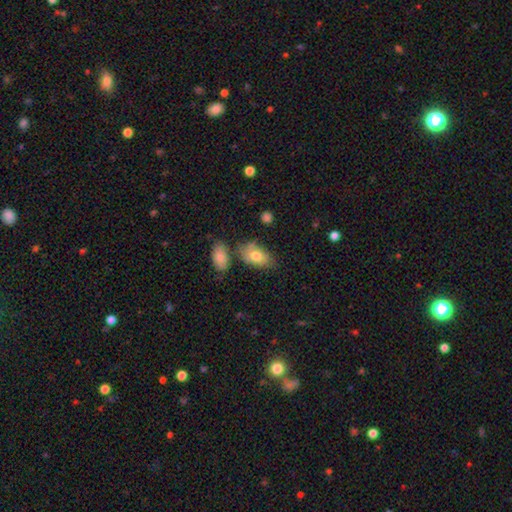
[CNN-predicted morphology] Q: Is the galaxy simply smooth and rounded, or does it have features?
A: smooth — 76%.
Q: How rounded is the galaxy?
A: in between — 90%.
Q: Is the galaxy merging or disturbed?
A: none — 54%.